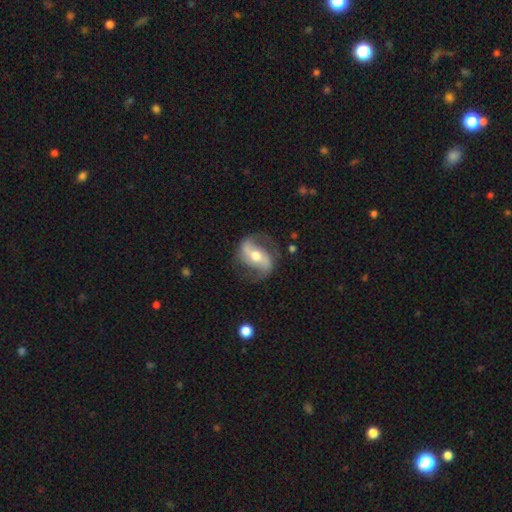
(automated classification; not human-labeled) This appears to be a featured or disk galaxy (81%) with a strong bar (43%), 2 (91%) loose (45%) spiral arms (91%) and a moderate central bulge (71%). Merging: none (72%).